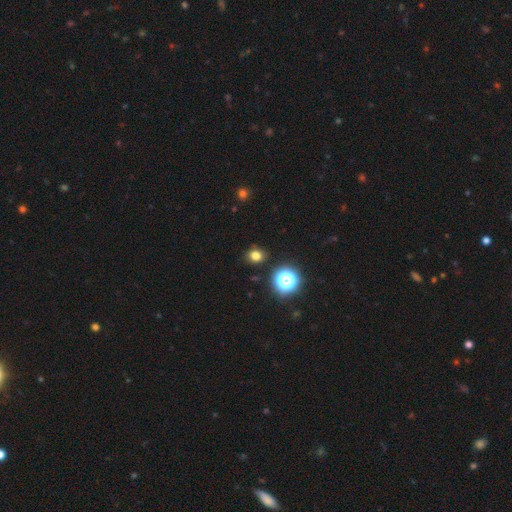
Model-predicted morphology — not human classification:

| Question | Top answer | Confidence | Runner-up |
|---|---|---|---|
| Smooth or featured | smooth | 76% | star or artifact (19%) |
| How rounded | round | 63% | in between (36%) |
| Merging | none | 87% | minor disturbance (9%) |